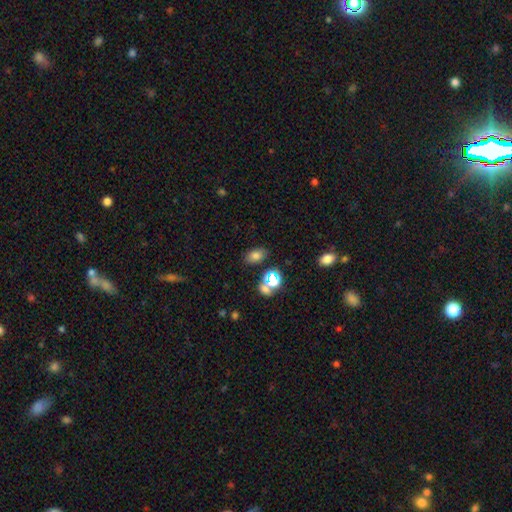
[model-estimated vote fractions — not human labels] smooth 71%, star or artifact 19%, featured or disk 10%. Down the decision tree: how rounded — in between (82%); merging — none (78%).